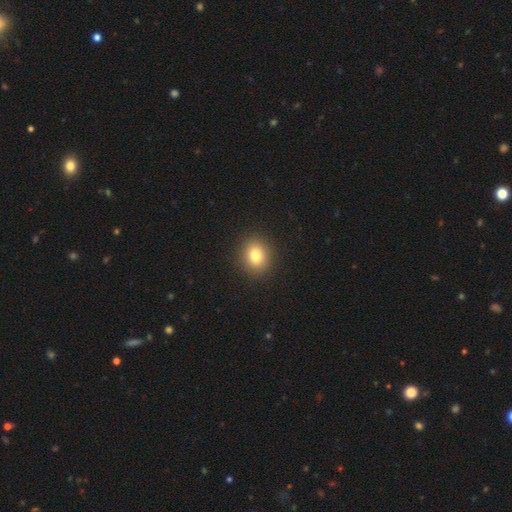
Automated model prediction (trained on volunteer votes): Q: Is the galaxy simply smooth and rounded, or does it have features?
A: smooth — 81%.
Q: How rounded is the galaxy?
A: round — 62%.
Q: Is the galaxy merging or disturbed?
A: none — 91%.